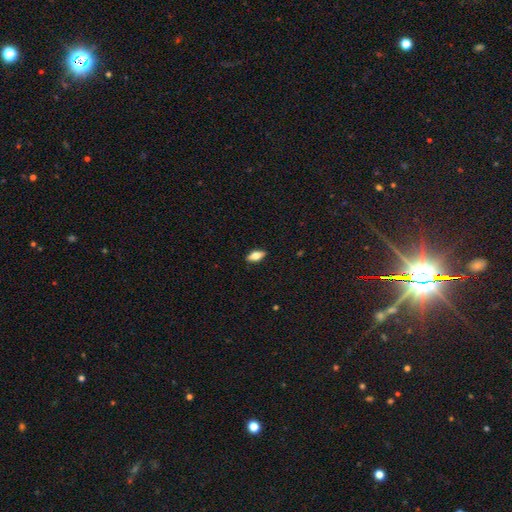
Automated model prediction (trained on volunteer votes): Smooth or featured? Predicted: smooth (p=0.66). How rounded? Predicted: in between (p=0.79). Merging? Predicted: none (p=0.88).